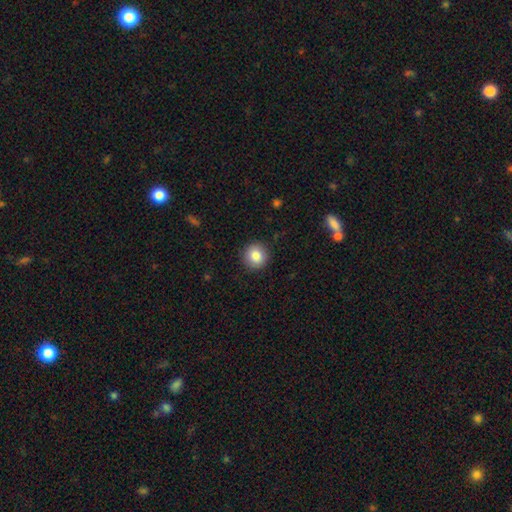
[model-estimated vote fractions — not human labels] A smooth galaxy with no disk features (84%) that is round (93%). Merging: none (91%).